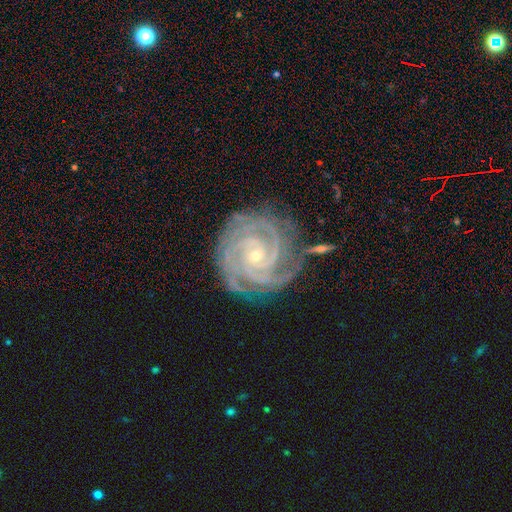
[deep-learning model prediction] Q: Smooth or featured?
A: featured or disk (93%); runner-up: star or artifact (5%)
Q: Edge-on disk?
A: no (98%); runner-up: yes (2%)
Q: Bar?
A: no (70%); runner-up: weak (21%)
Q: Spiral arms?
A: yes (99%); runner-up: no (1%)
Q: Spiral winding?
A: tight (82%); runner-up: medium (16%)
Q: Spiral arm count?
A: 3 (32%); runner-up: 4 (28%)
Q: Bulge size?
A: small (78%); runner-up: moderate (19%)
Q: Merging?
A: none (75%); runner-up: minor disturbance (17%)